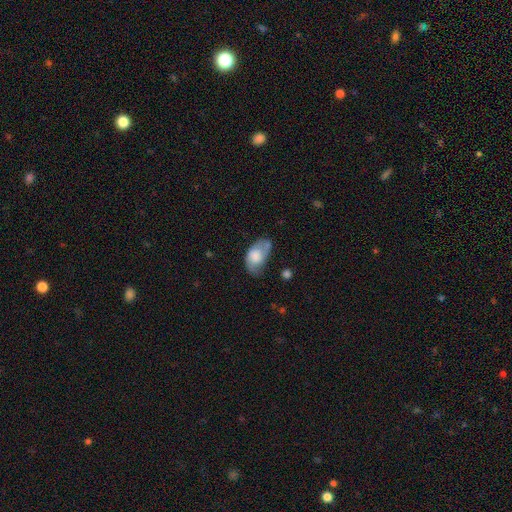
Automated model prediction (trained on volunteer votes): Q: Smooth or featured?
A: smooth (65%); runner-up: featured or disk (28%)
Q: How rounded?
A: in between (93%); runner-up: round (6%)
Q: Merging?
A: none (44%); runner-up: minor disturbance (36%)